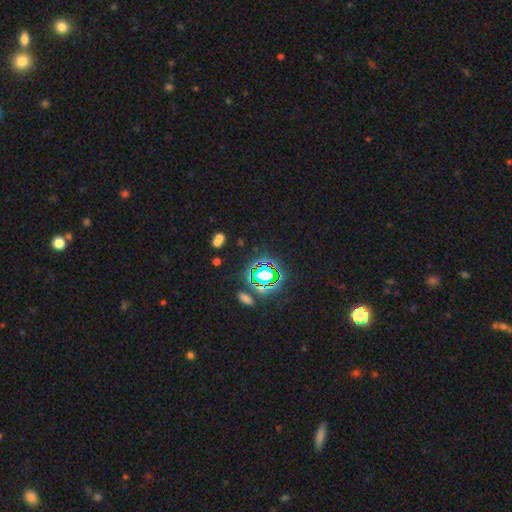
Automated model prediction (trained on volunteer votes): Morphology: type=star or artifact (80%).